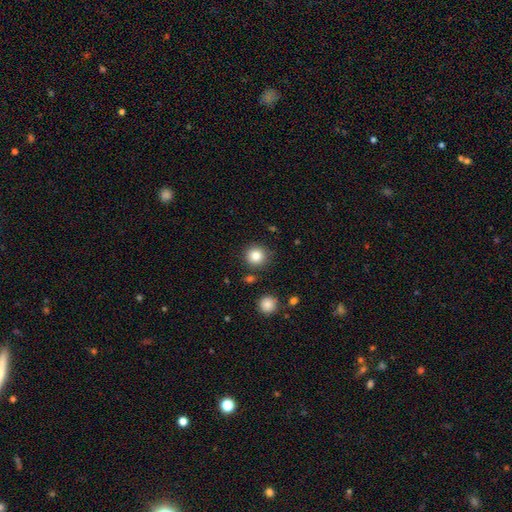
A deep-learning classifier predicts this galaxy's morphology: Smooth or featured? smooth (83%)
How rounded? round (93%)
Merging? none (86%)